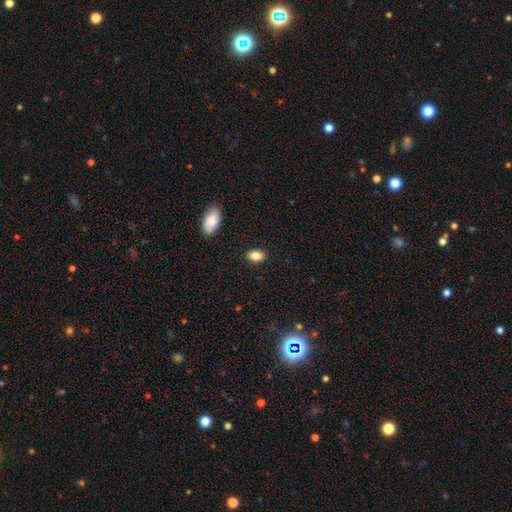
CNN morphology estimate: smooth_or_featured: smooth (p=0.85) [alt: star or artifact p=0.09]
how_rounded: in between (p=0.84) [alt: round p=0.15]
merging: none (p=0.88) [alt: minor disturbance p=0.08]